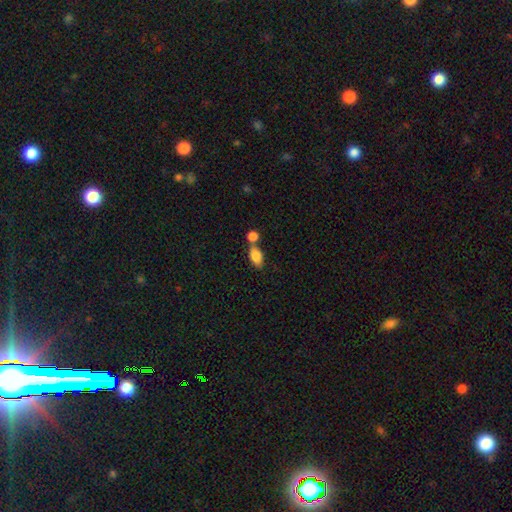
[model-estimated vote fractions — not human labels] Smooth or featured? smooth (85%)
How rounded? in between (86%)
Merging? merger (46%)